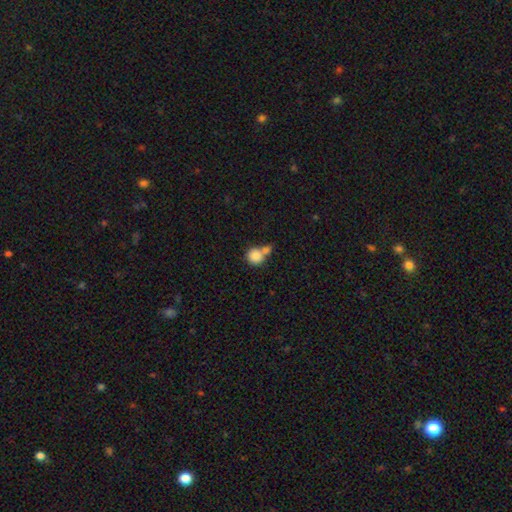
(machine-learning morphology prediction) The model was most divided on "merging": merger: 46%, none: 41%, minor disturbance: 9%, major disturbance: 4%. More confident: how rounded — round (89%); smooth or featured — smooth (84%).